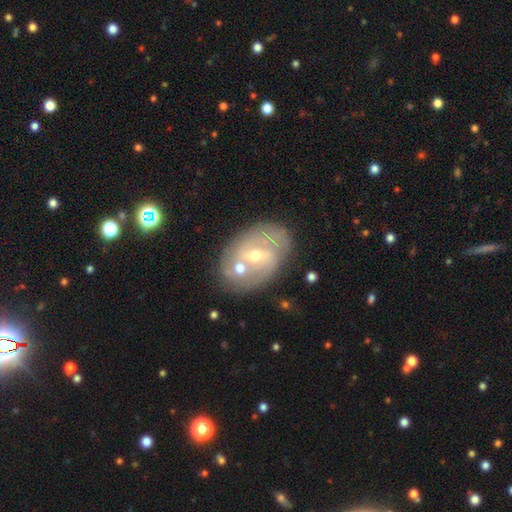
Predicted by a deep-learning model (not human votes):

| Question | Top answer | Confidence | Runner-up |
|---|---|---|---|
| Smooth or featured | featured or disk | 72% | smooth (19%) |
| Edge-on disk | no | 95% | yes (5%) |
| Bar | weak | 49% | no (33%) |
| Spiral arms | yes | 77% | no (23%) |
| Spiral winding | tight | 43% | medium (37%) |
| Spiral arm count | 2 | 54% | can't tell (30%) |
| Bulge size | moderate | 51% | small (45%) |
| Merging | none | 64% | minor disturbance (16%) |